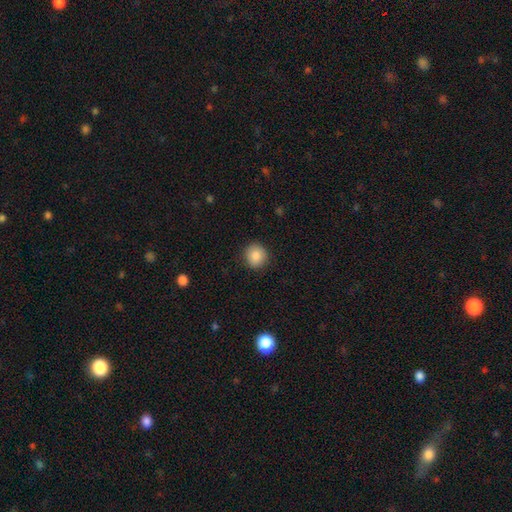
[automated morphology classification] smooth-or-featured: smooth: 87% | star or artifact: 9% | featured or disk: 5%
  how-rounded: round: 89% | in between: 10% | cigar-shaped: 1%
  merging: none: 90% | minor disturbance: 7% | major disturbance: 2% | merger: 1%